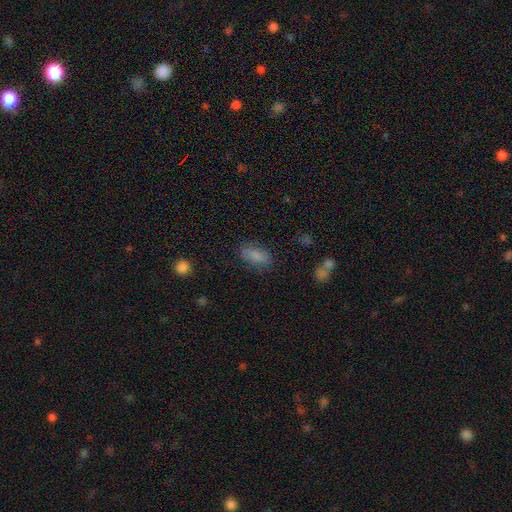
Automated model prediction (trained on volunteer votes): Q: Smooth or featured?
A: smooth (84%); runner-up: star or artifact (9%)
Q: How rounded?
A: in between (90%); runner-up: cigar-shaped (5%)
Q: Merging?
A: none (81%); runner-up: minor disturbance (14%)